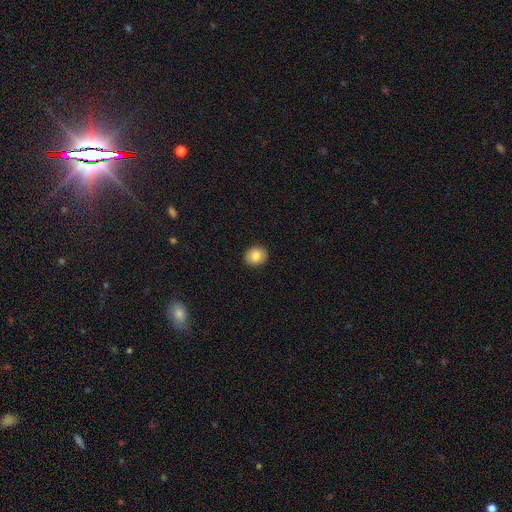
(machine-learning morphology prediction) smooth_or_featured: smooth (p=0.83) [alt: featured or disk p=0.08]
how_rounded: round (p=0.63) [alt: in between p=0.36]
merging: none (p=0.91) [alt: minor disturbance p=0.07]